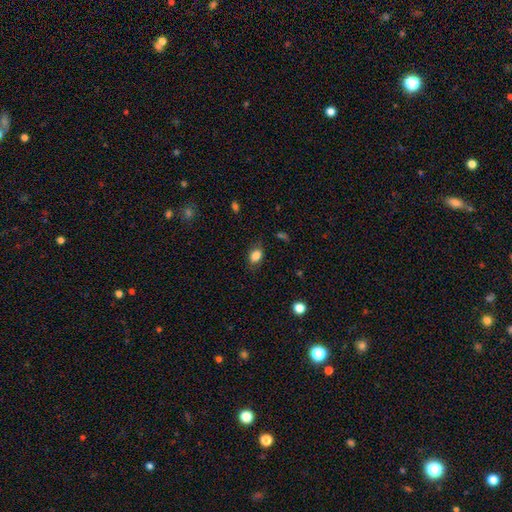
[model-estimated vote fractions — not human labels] Q: Smooth or featured?
A: smooth (84%); runner-up: star or artifact (10%)
Q: How rounded?
A: in between (73%); runner-up: round (25%)
Q: Merging?
A: none (76%); runner-up: minor disturbance (17%)